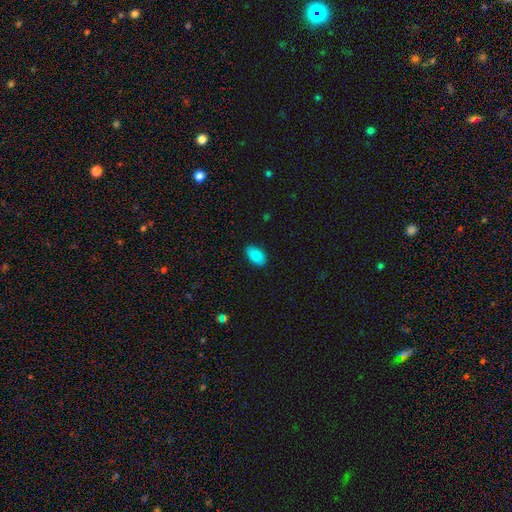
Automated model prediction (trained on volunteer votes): Smooth or featured? smooth (84%)
How rounded? in between (93%)
Merging? none (88%)